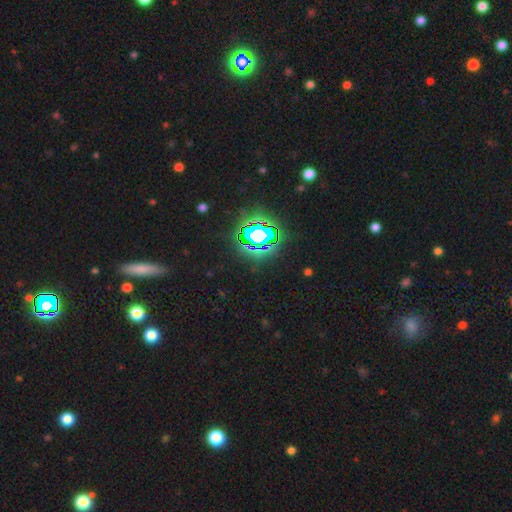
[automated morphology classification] This is likely a star or artifact rather than a galaxy (79%).